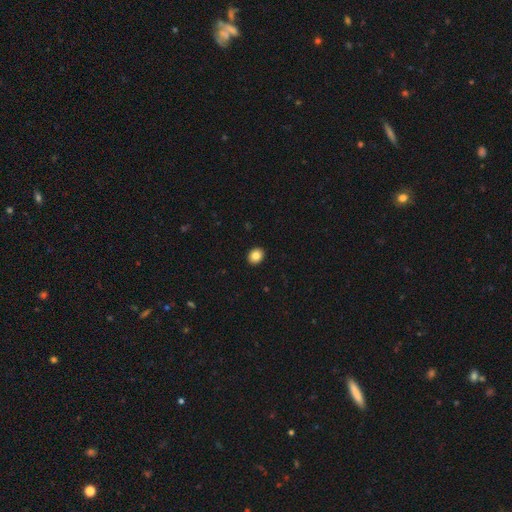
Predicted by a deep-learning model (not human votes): Smooth or featured? Predicted: smooth (p=0.85). How rounded? Predicted: round (p=0.52). Merging? Predicted: none (p=0.92).